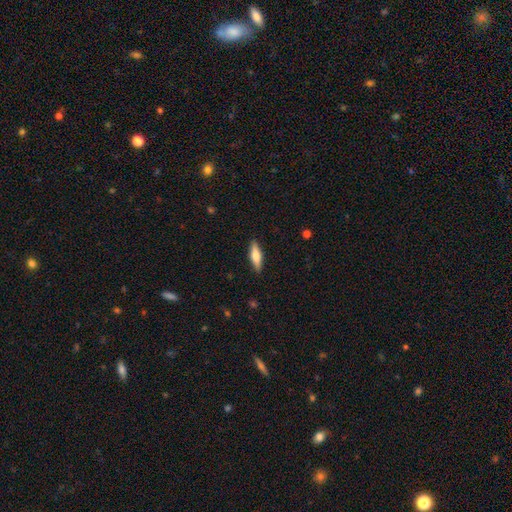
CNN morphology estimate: Smooth or featured: smooth — 59% (featured or disk — 36%)
How rounded: cigar-shaped — 61% (in between — 37%)
Merging: none — 89% (minor disturbance — 8%)